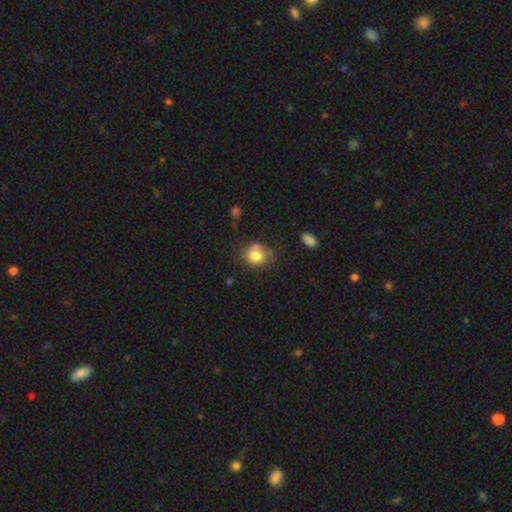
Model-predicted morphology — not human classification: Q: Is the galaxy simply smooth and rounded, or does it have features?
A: smooth — 78%.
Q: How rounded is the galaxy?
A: round — 70%.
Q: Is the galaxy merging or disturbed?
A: none — 56%.